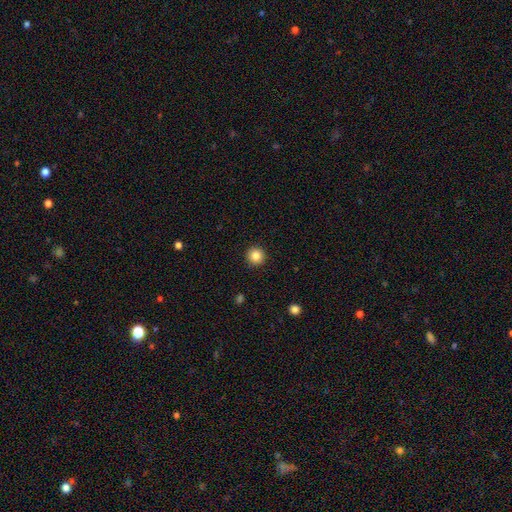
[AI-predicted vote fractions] Smooth or featured? smooth (85%)
How rounded? round (95%)
Merging? none (92%)